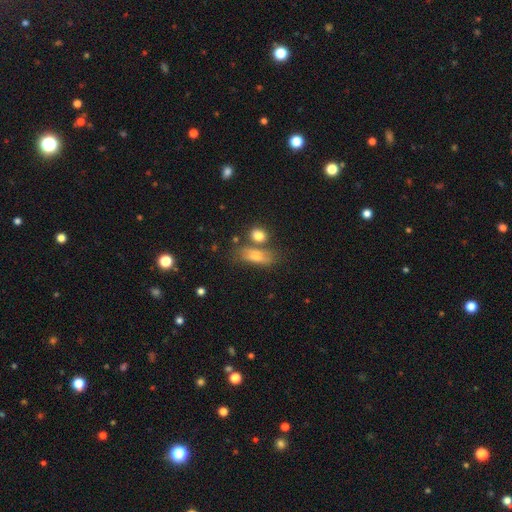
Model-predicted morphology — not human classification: Smooth or featured? Predicted: smooth (p=0.67). How rounded? Predicted: in between (p=0.69). Merging? Predicted: none (p=0.51).